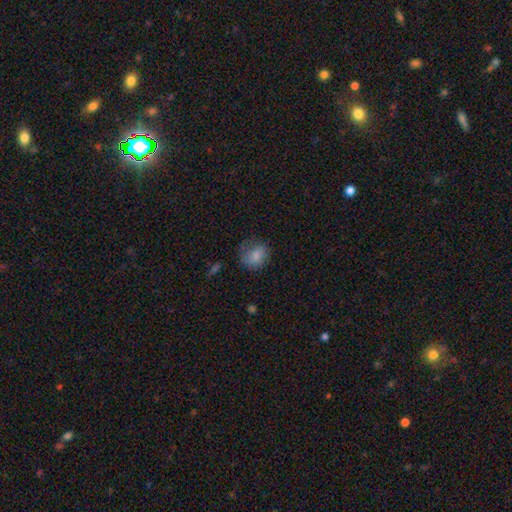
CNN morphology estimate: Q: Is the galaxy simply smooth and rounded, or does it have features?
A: smooth — 77%.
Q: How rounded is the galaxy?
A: round — 61%.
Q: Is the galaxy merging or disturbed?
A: none — 54%.